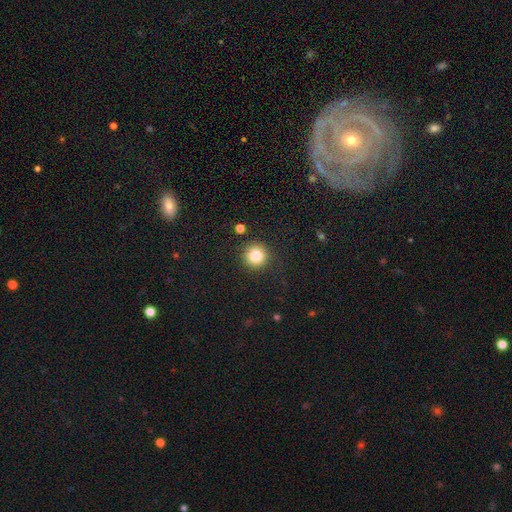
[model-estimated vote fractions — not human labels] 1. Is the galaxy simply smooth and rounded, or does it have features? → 84% smooth, 11% star or artifact, 5% featured or disk.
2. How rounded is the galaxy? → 94% round, 5% in between, 1% cigar-shaped.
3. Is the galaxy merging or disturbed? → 88% none, 7% minor disturbance, 3% major disturbance, 2% merger.